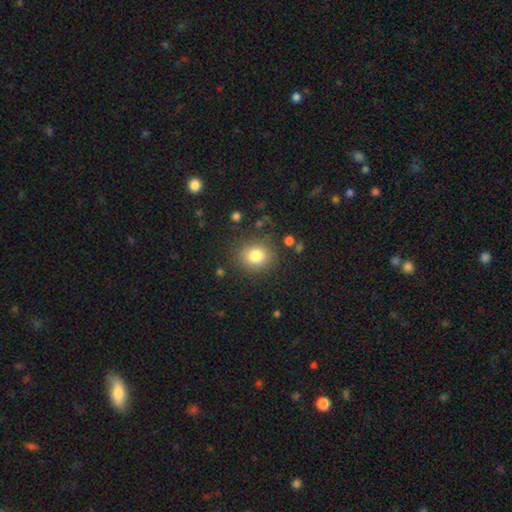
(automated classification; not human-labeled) smooth-or-featured: smooth: 81% | star or artifact: 11% | featured or disk: 8%
  how-rounded: round: 80% | in between: 19% | cigar-shaped: 1%
  merging: none: 84% | minor disturbance: 10% | major disturbance: 4% | merger: 2%